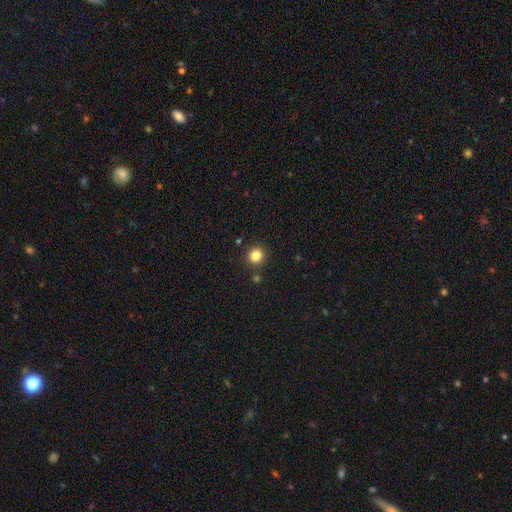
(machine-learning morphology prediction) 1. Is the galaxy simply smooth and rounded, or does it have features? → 83% smooth, 12% star or artifact, 5% featured or disk.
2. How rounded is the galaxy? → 91% round, 8% in between, 1% cigar-shaped.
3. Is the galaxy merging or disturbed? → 87% none, 6% minor disturbance, 4% merger, 2% major disturbance.